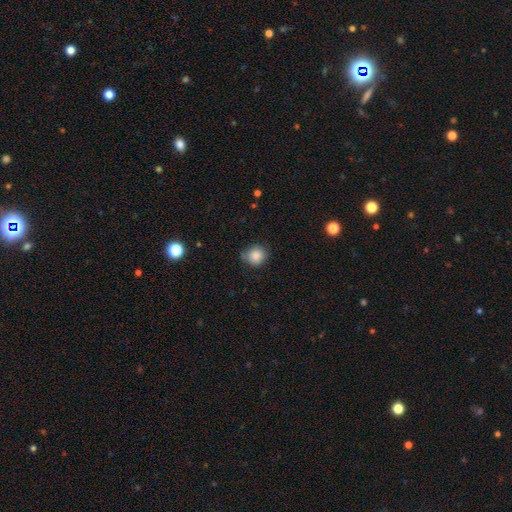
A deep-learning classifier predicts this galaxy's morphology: smooth_or_featured: smooth (p=0.85) [alt: star or artifact p=0.10]
how_rounded: round (p=0.87) [alt: in between p=0.12]
merging: none (p=0.76) [alt: minor disturbance p=0.18]